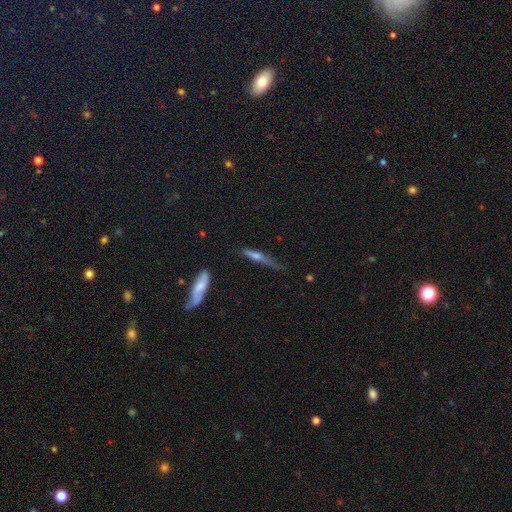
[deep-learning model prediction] The model was most divided on "merging": none: 44%, minor disturbance: 36%, major disturbance: 16%, merger: 5%. More confident: how rounded — cigar-shaped (84%); smooth or featured — smooth (53%).